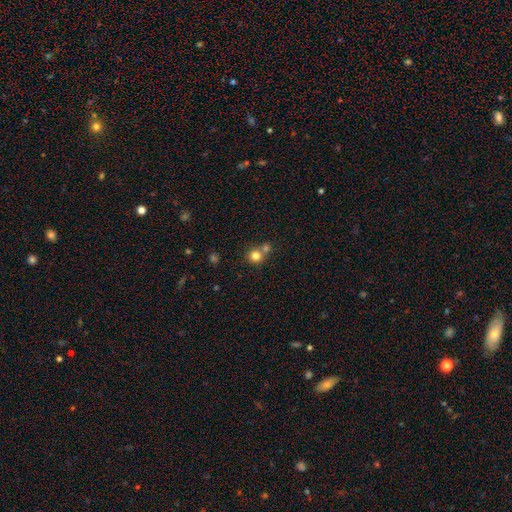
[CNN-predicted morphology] This is likely a smooth galaxy (80%). How rounded: clearly round (89%). Merging: possibly none (52%).